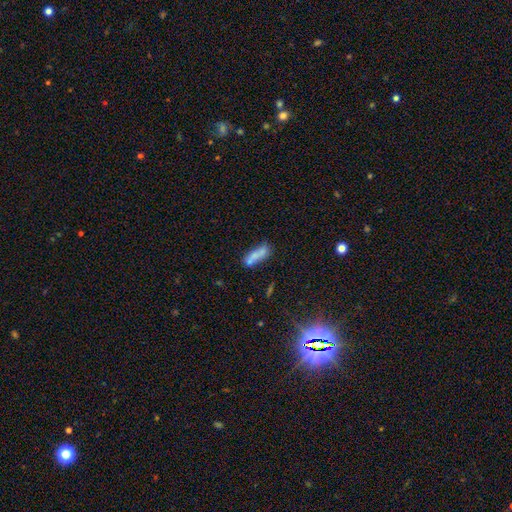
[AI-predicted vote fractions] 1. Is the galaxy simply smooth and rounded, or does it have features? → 72% smooth, 19% featured or disk, 9% star or artifact.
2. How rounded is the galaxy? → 53% cigar-shaped, 44% in between, 3% round.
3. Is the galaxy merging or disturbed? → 52% none, 21% merger, 20% minor disturbance, 7% major disturbance.